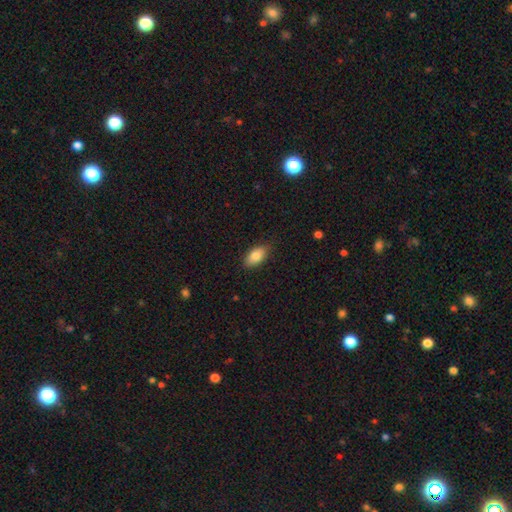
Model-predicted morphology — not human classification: Smooth or featured: smooth — 84% (featured or disk — 9%)
How rounded: in between — 91% (cigar-shaped — 5%)
Merging: none — 83% (minor disturbance — 14%)